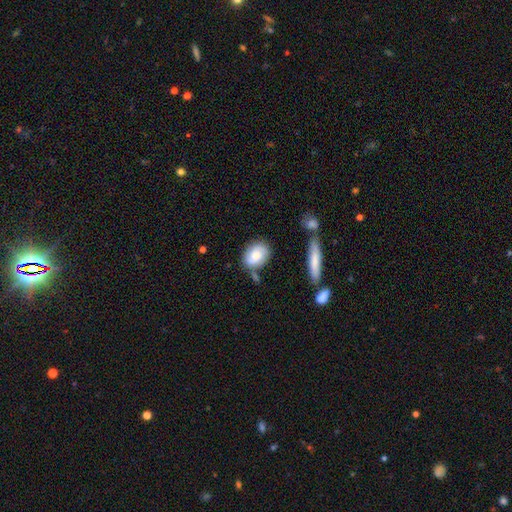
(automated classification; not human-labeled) Q: Smooth or featured?
A: smooth (72%); runner-up: featured or disk (21%)
Q: How rounded?
A: in between (70%); runner-up: round (28%)
Q: Merging?
A: none (68%); runner-up: minor disturbance (18%)